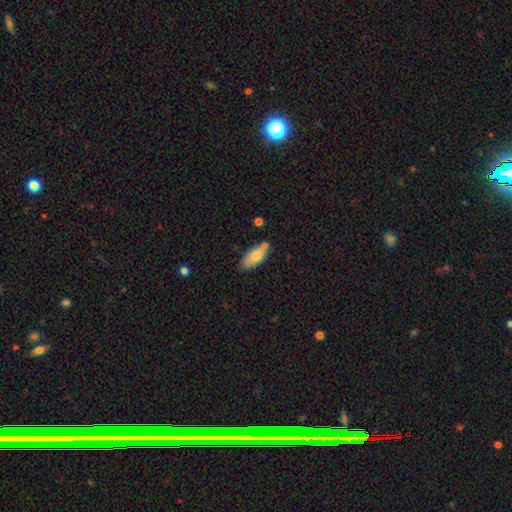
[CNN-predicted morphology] type=smooth (74%); roundness=in between (82%); merging=none (68%).